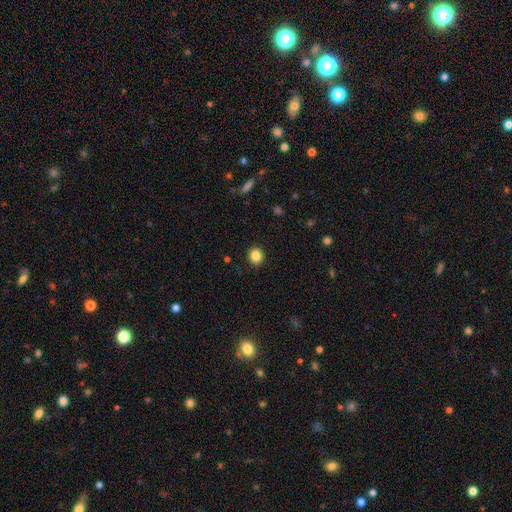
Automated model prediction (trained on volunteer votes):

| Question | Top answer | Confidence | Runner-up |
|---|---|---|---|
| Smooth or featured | smooth | 85% | star or artifact (11%) |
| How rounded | round | 80% | in between (19%) |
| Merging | none | 91% | minor disturbance (6%) |